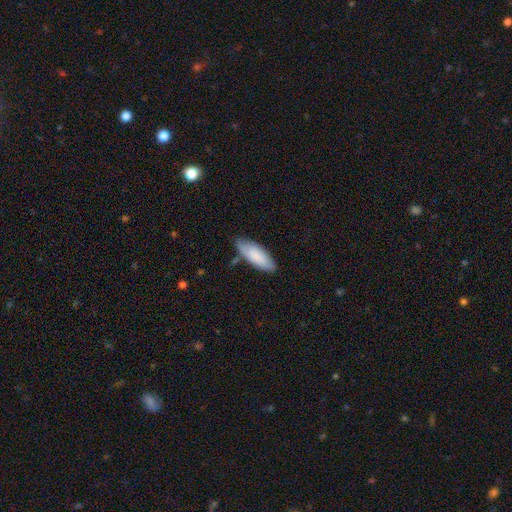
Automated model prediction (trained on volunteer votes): A smooth galaxy with no disk features (84%) that is in between round and cigar-shaped (70%). Merging: none (73%).